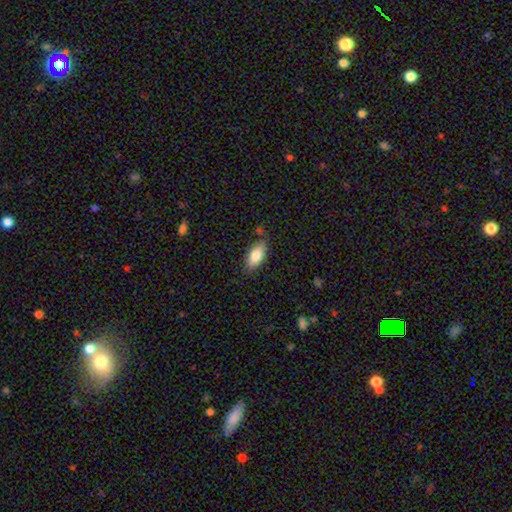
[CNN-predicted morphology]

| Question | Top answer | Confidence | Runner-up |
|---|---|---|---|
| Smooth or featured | smooth | 83% | featured or disk (11%) |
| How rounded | in between | 88% | cigar-shaped (9%) |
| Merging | none | 76% | minor disturbance (17%) |